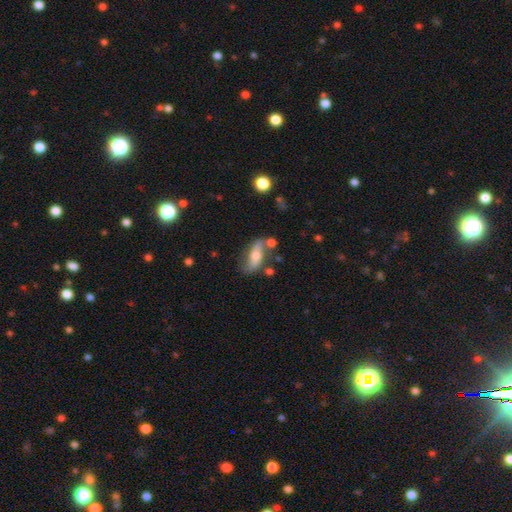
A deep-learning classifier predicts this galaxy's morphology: smooth_or_featured: featured or disk (p=0.59) [alt: smooth p=0.34]
disk_edge_on: no (p=0.79) [alt: yes p=0.21]
merging: none (p=0.60) [alt: minor disturbance p=0.20]